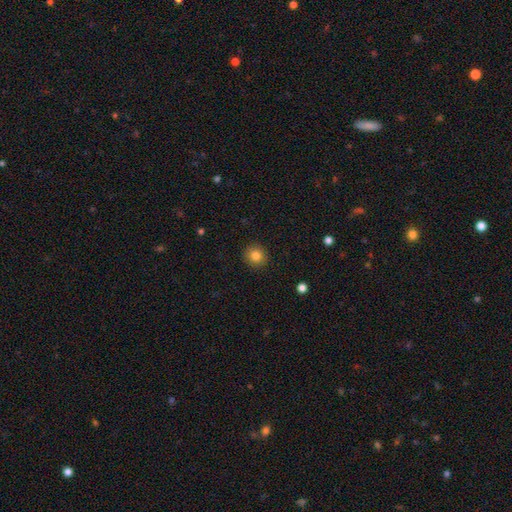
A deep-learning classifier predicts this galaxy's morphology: smooth-or-featured: smooth: 83% | star or artifact: 11% | featured or disk: 7%
  how-rounded: round: 89% | in between: 10% | cigar-shaped: 1%
  merging: none: 91% | minor disturbance: 6% | major disturbance: 2% | merger: 1%